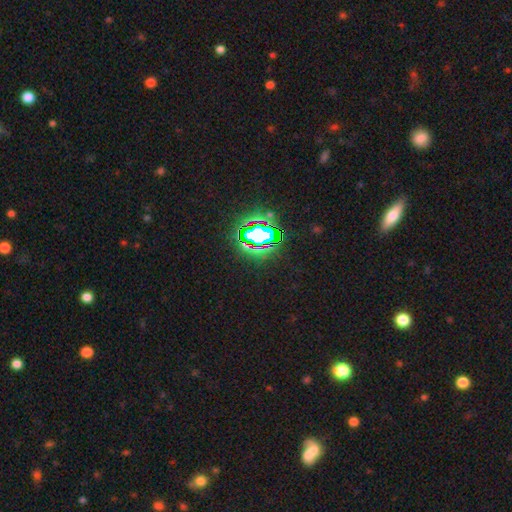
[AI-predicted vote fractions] A star or artifact, not a galaxy (80%).

Vote fractions:
- Smooth or featured? star or artifact: 80% / smooth: 12% / featured or disk: 8%